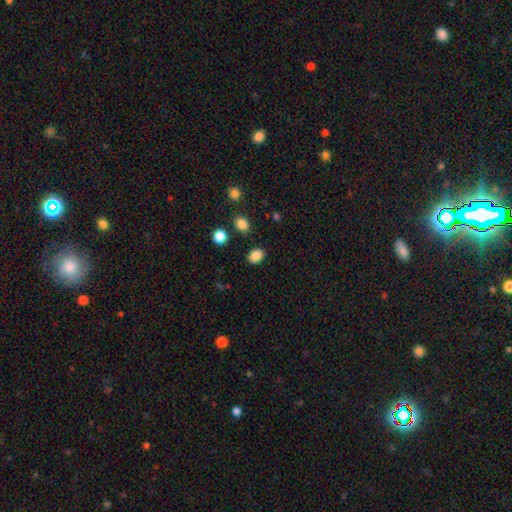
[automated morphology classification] Smooth or featured? Predicted: smooth (p=0.86). How rounded? Predicted: in between (p=0.64). Merging? Predicted: none (p=0.87).